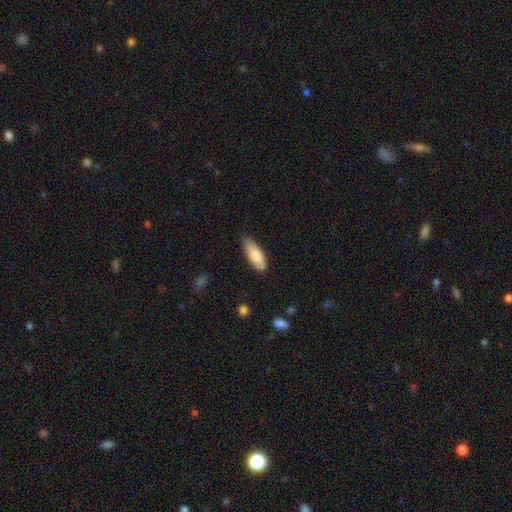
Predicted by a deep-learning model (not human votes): smooth_or_featured: smooth (p=0.82) [alt: featured or disk p=0.12]
how_rounded: in between (p=0.72) [alt: cigar-shaped p=0.27]
merging: none (p=0.78) [alt: minor disturbance p=0.18]